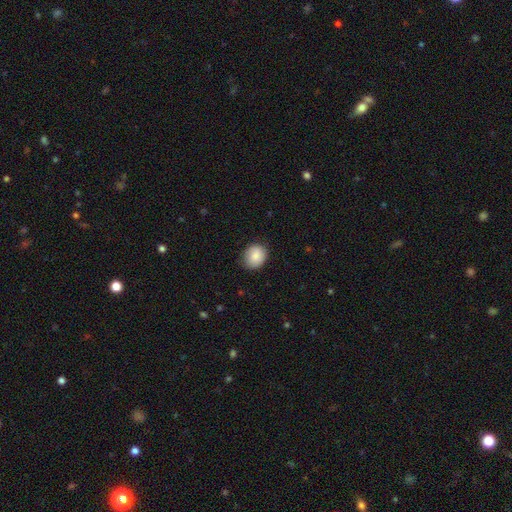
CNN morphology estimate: type=smooth (86%); roundness=round (63%); merging=none (81%).